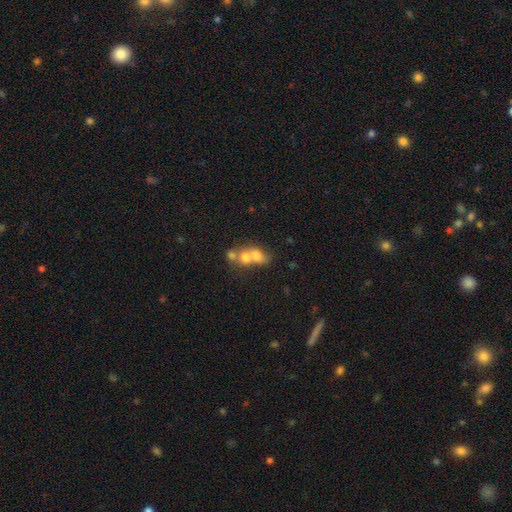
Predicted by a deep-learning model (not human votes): A smooth galaxy with no disk features (64%) that is in between round and cigar-shaped (54%).

Vote fractions:
- Smooth or featured? smooth: 64% / featured or disk: 24% / star or artifact: 12%
- How rounded? in between: 54% / round: 43% / cigar-shaped: 3%
- Merging? merger: 71% / none: 18% / minor disturbance: 6% / major disturbance: 5%